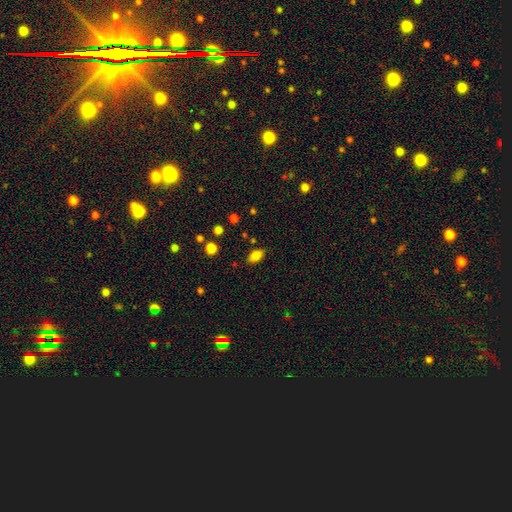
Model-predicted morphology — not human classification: type=smooth (84%); roundness=in between (88%); merging=none (83%).